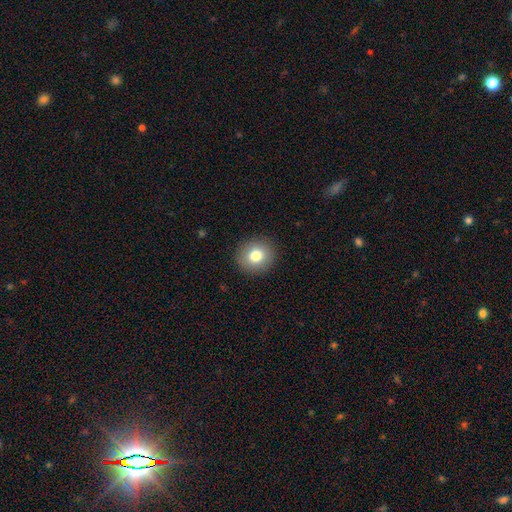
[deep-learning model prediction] The model was most divided on "smooth or featured": smooth: 79%, featured or disk: 11%, star or artifact: 10%. More confident: merging — none (91%); how rounded — round (86%).